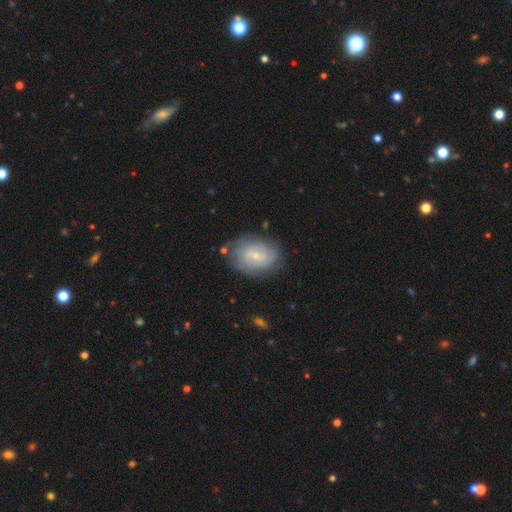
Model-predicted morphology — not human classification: Smooth or featured? Predicted: featured or disk (p=0.62). Edge-on disk? Predicted: no (p=0.97). Bar? Predicted: no (p=0.47). Spiral arms? Predicted: yes (p=0.84). Spiral winding? Predicted: tight (p=0.58). Spiral arm count? Predicted: can't tell (p=0.47). Bulge size? Predicted: small (p=0.73). Merging? Predicted: none (p=0.74).